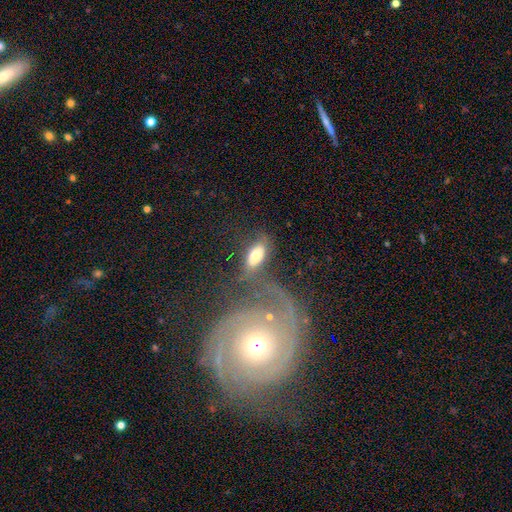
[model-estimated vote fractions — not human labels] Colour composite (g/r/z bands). It shows a smooth galaxy with no disk features (68%) that is in between round and cigar-shaped (86%). Merging: none (56%).